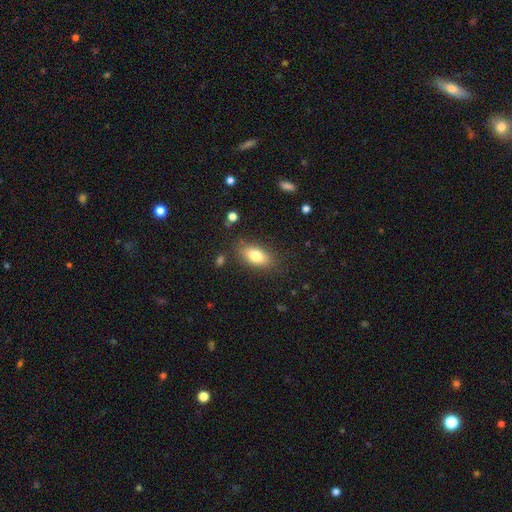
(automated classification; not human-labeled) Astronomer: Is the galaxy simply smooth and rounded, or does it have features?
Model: smooth — 79%.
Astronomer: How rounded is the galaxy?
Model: in between — 88%.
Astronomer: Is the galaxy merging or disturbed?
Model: none — 82%.